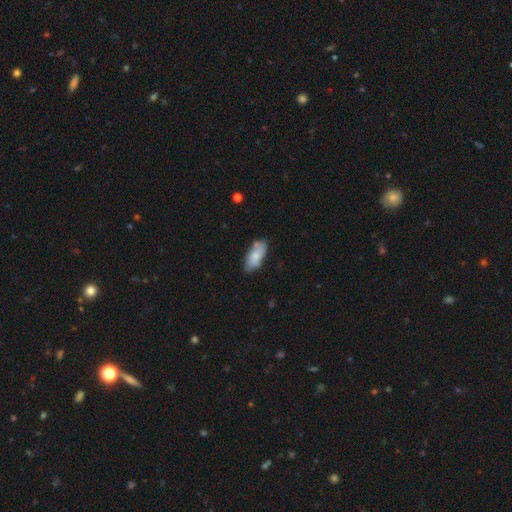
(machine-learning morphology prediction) This is likely a smooth galaxy (75%). How rounded: clearly in between (87%). Merging: likely none (68%).